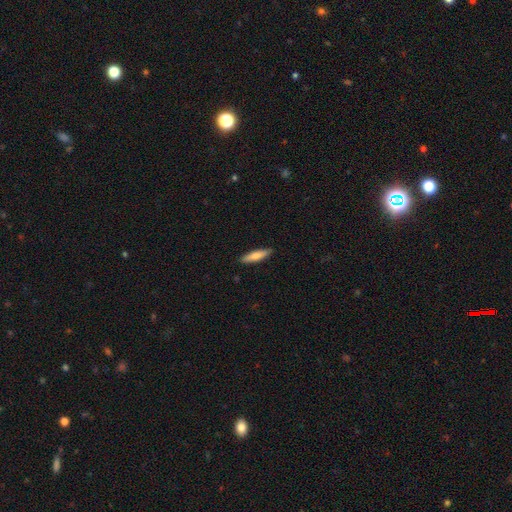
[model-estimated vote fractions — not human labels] A smooth galaxy with no disk features (73%) that is cigar-shaped (77%).

Vote fractions:
- Smooth or featured? smooth: 73% / featured or disk: 21% / star or artifact: 5%
- How rounded? cigar-shaped: 77% / in between: 22% / round: 1%
- Merging? none: 89% / minor disturbance: 8% / major disturbance: 2% / merger: 1%